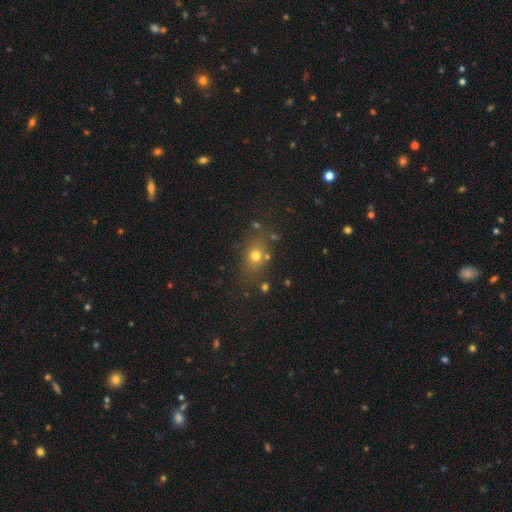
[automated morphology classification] Overall: smooth (69%). How rounded: in between (55%; round 42%). Merging: none (74%).